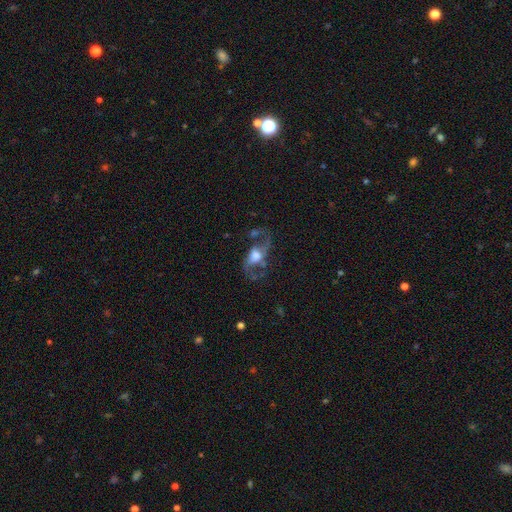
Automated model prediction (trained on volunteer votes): Q: Smooth or featured?
A: featured or disk (79%); runner-up: smooth (14%)
Q: Edge-on disk?
A: no (94%); runner-up: yes (6%)
Q: Bar?
A: no (48%); runner-up: weak (37%)
Q: Spiral arms?
A: yes (89%); runner-up: no (11%)
Q: Spiral winding?
A: loose (63%); runner-up: medium (31%)
Q: Spiral arm count?
A: 2 (90%); runner-up: can't tell (4%)
Q: Bulge size?
A: moderate (42%); runner-up: large (39%)
Q: Merging?
A: none (56%); runner-up: major disturbance (21%)